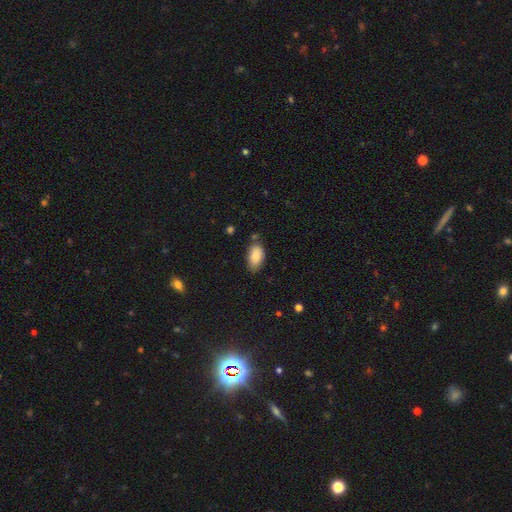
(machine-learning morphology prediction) A smooth galaxy with no disk features (87%) that is in between round and cigar-shaped (94%). Merging: none (69%).